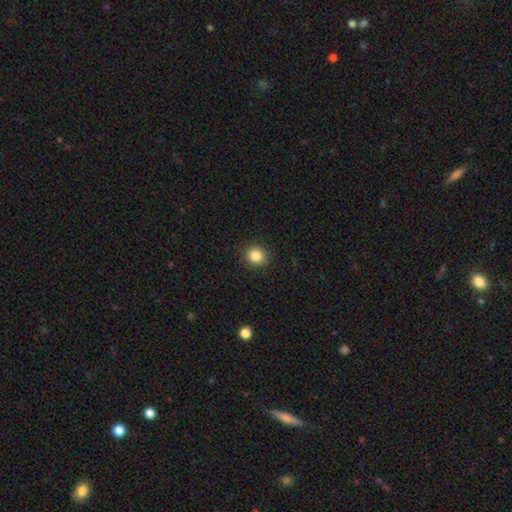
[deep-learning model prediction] Smooth or featured: smooth — 84% (star or artifact — 11%)
How rounded: round — 86% (in between — 13%)
Merging: none — 91% (minor disturbance — 6%)